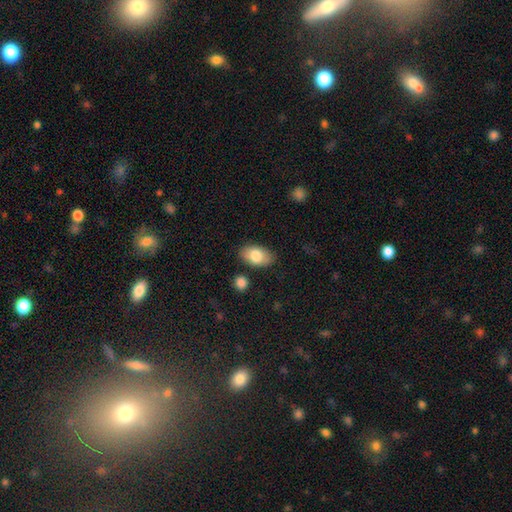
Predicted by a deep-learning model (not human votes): smooth_or_featured: smooth (p=0.82) [alt: featured or disk p=0.12]
how_rounded: in between (p=0.93) [alt: round p=0.05]
merging: none (p=0.83) [alt: minor disturbance p=0.11]